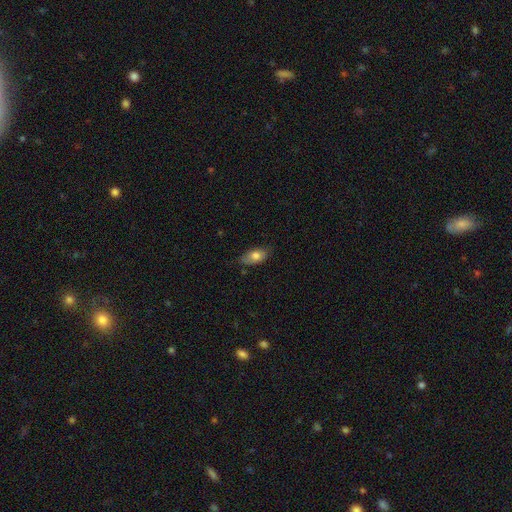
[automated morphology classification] The model was most divided on "merging": none: 70%, minor disturbance: 24%, major disturbance: 4%, merger: 2%. More confident: how rounded — in between (89%); smooth or featured — smooth (77%).